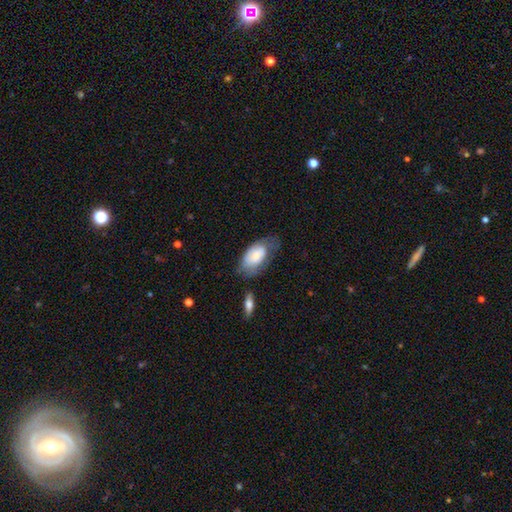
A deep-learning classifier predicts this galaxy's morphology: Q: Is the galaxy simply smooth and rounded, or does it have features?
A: smooth — 67%.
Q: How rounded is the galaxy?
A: in between — 93%.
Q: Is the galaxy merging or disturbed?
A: none — 42%.